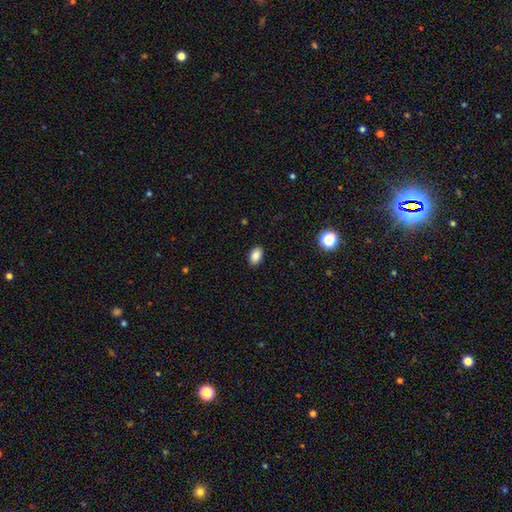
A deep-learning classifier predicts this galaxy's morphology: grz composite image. It shows a smooth galaxy with no disk features (86%) that is in between round and cigar-shaped (89%). Merging: none (90%).